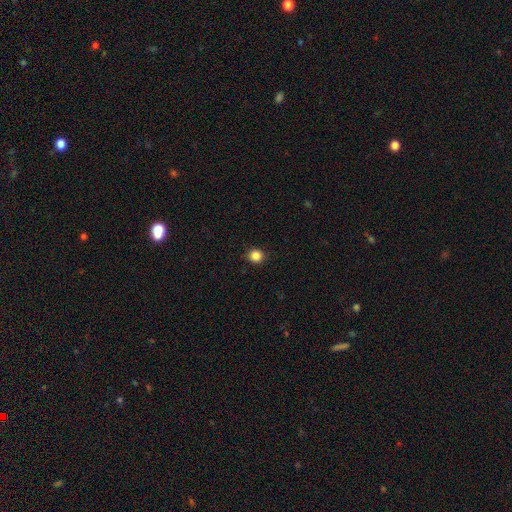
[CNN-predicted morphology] This is clearly a smooth galaxy (86%). How rounded: clearly round (92%). Merging: clearly none (91%).